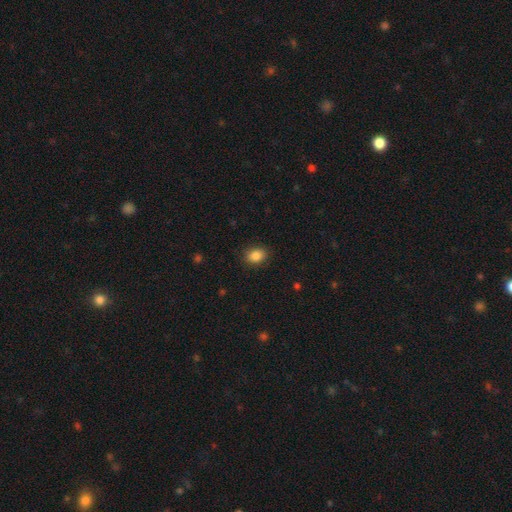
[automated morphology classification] Smooth or featured? smooth (87%)
How rounded? in between (68%)
Merging? none (88%)